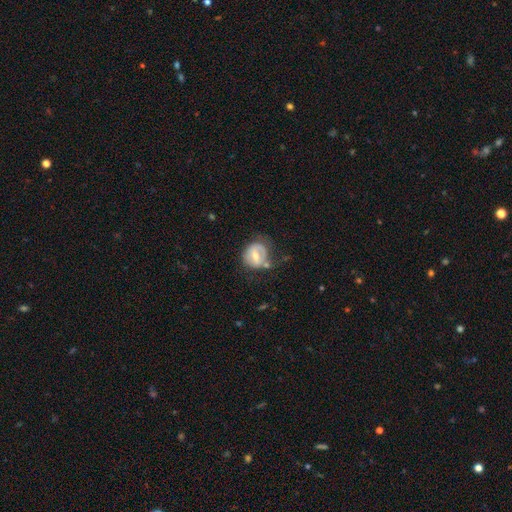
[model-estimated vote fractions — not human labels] Morphology: type=featured or disk (47%); merging=none (51%).